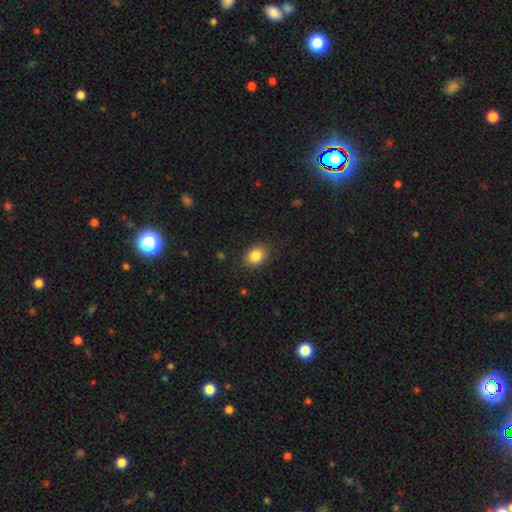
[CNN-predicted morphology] Q: Smooth or featured?
A: smooth (85%); runner-up: star or artifact (9%)
Q: How rounded?
A: in between (66%); runner-up: round (33%)
Q: Merging?
A: none (85%); runner-up: minor disturbance (11%)